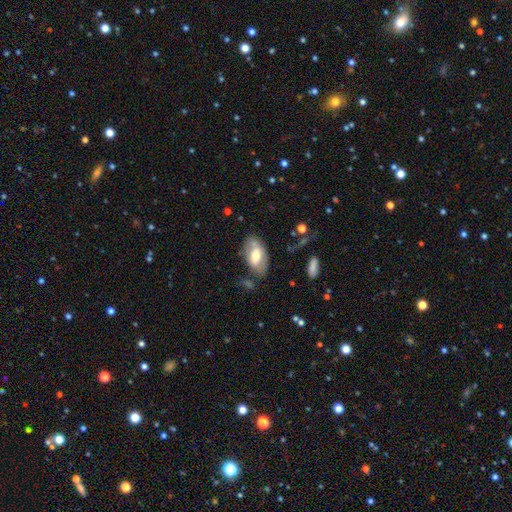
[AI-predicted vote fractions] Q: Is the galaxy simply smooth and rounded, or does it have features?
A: smooth — 49%.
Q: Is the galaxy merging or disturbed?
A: none — 64%.